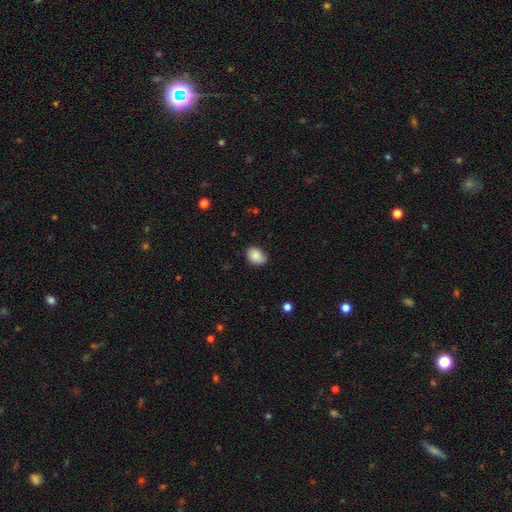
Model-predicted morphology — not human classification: type=smooth (83%); roundness=in between (67%); merging=none (64%).